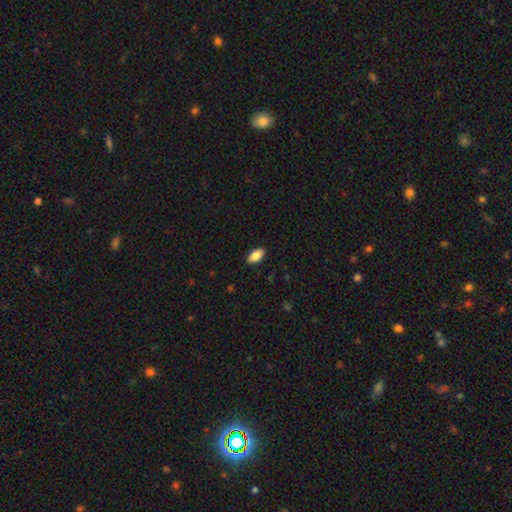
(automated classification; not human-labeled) smooth-or-featured: smooth: 83% | featured or disk: 10% | star or artifact: 7%
  how-rounded: in between: 91% | cigar-shaped: 6% | round: 3%
  merging: none: 88% | minor disturbance: 9% | major disturbance: 2% | merger: 1%